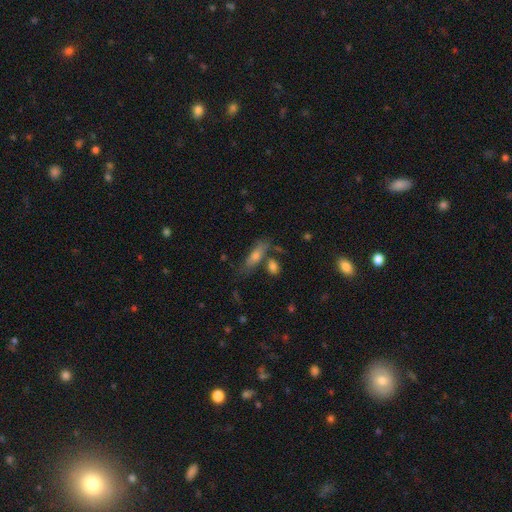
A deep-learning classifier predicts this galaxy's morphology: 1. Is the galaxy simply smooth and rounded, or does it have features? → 60% smooth, 29% featured or disk, 10% star or artifact.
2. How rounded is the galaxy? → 52% cigar-shaped, 44% in between, 4% round.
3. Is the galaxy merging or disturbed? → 62% none, 16% minor disturbance, 15% merger, 6% major disturbance.